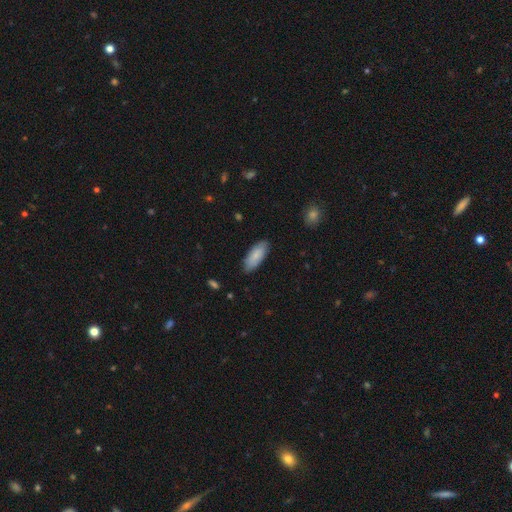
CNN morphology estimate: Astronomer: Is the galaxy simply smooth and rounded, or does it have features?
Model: smooth — 83%.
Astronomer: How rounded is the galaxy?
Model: in between — 78%.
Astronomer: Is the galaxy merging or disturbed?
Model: none — 84%.